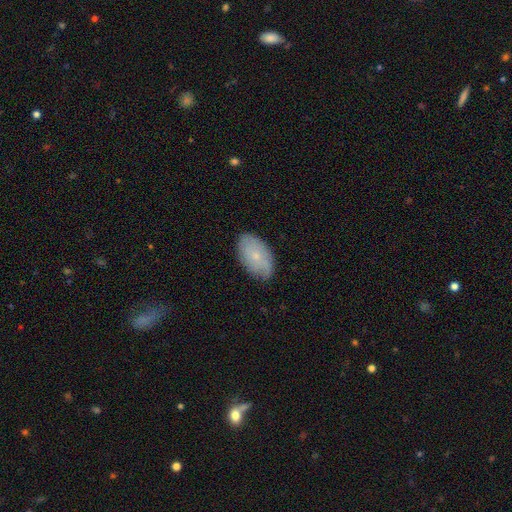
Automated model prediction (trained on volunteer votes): smooth 60%, featured or disk 33%, star or artifact 7%. Down the decision tree: how rounded — in between (93%); merging — none (77%).